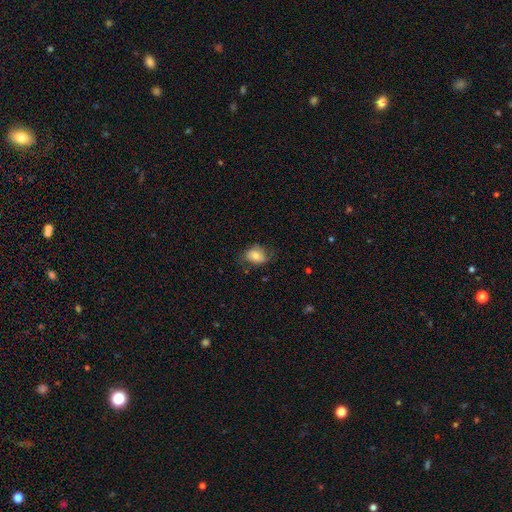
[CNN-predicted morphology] Overall: smooth (69%). How rounded: in between (70%). Merging: none (60%; minor disturbance 27%).